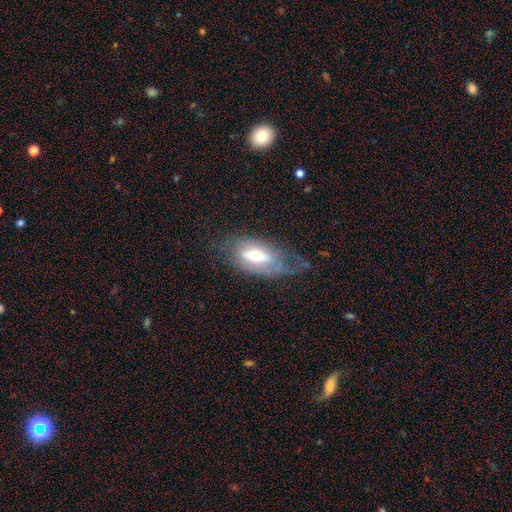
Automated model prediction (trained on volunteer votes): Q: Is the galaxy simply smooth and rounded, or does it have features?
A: featured or disk — 55%.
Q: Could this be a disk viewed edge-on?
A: no — 82%.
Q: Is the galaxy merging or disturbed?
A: none — 42%.